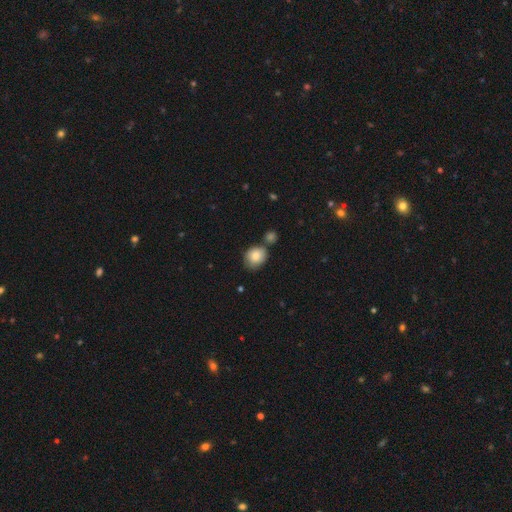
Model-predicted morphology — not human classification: Overall: smooth (84%). How rounded: round (62%; in between 37%). Merging: none (60%).